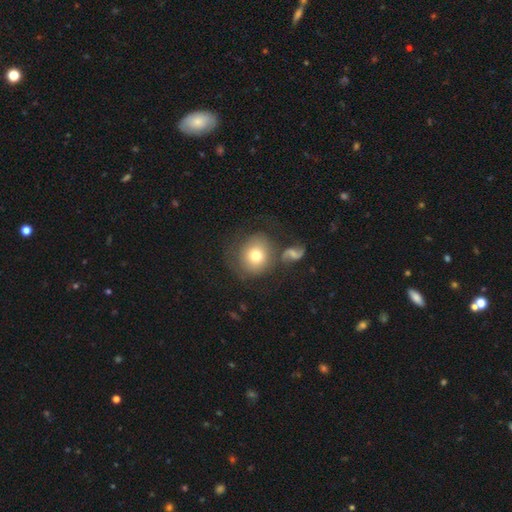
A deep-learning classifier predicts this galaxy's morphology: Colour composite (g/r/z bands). It shows a smooth galaxy with no disk features (70%) that is round (84%). Merging: none (61%).